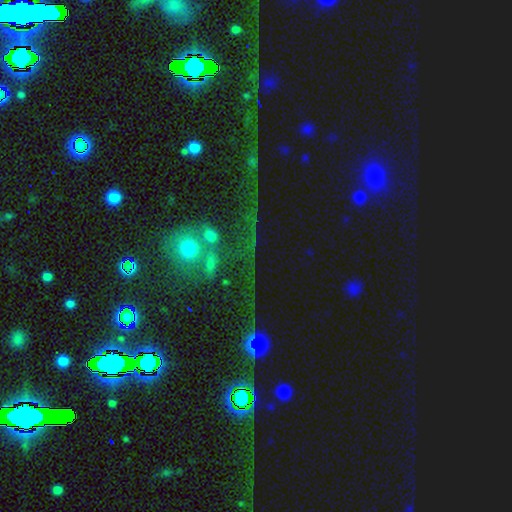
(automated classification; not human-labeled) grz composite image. It shows a star or artifact, not a galaxy (66%).